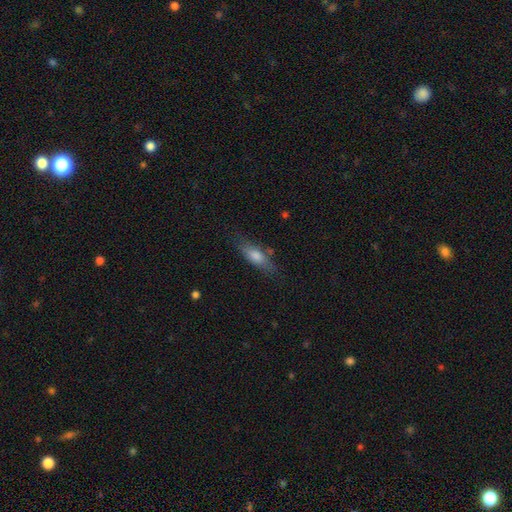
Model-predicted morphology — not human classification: Smooth or featured? smooth (67%)
How rounded? in between (52%)
Merging? none (73%)